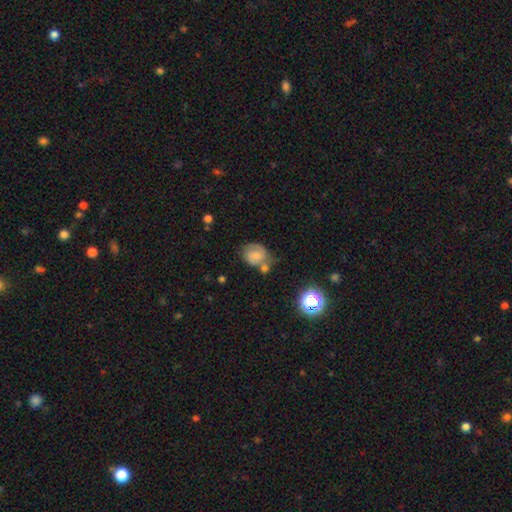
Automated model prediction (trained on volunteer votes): Overall: smooth (58%; featured or disk 30%). How rounded: round (58%; in between 41%). Merging: none (41%; minor disturbance 25%).